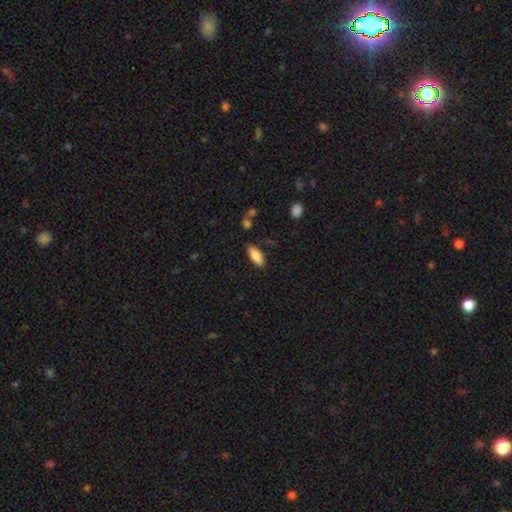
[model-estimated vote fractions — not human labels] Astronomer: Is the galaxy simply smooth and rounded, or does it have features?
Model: smooth — 87%.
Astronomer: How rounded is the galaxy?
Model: in between — 81%.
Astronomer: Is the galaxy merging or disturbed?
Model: none — 83%.